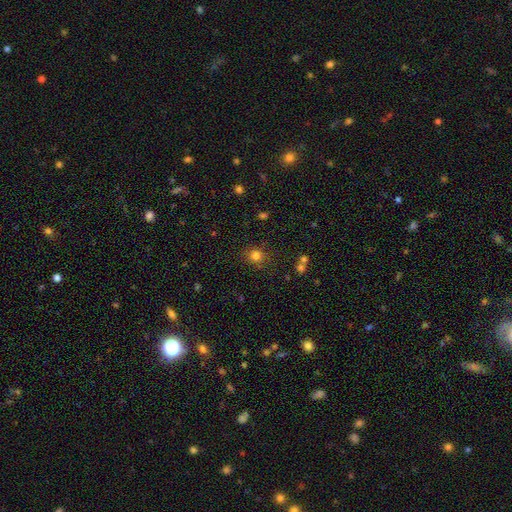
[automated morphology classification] Smooth or featured?
  - smooth: 79% *
  - star or artifact: 15%
  - featured or disk: 6%
How rounded?
  - round: 82% *
  - in between: 17%
  - cigar-shaped: 1%
Merging?
  - none: 81% *
  - minor disturbance: 11%
  - merger: 4%
  - major disturbance: 4%